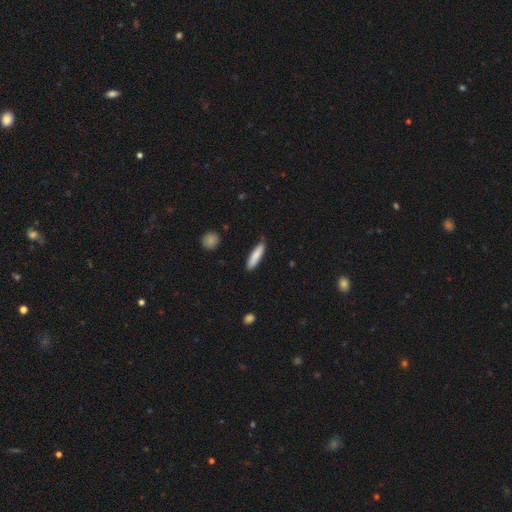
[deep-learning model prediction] A smooth galaxy with no disk features (84%) that is cigar-shaped (79%).

Vote fractions:
- Smooth or featured? smooth: 84% / featured or disk: 11% / star or artifact: 6%
- How rounded? cigar-shaped: 79% / in between: 20% / round: 1%
- Merging? none: 84% / minor disturbance: 12% / major disturbance: 2% / merger: 2%